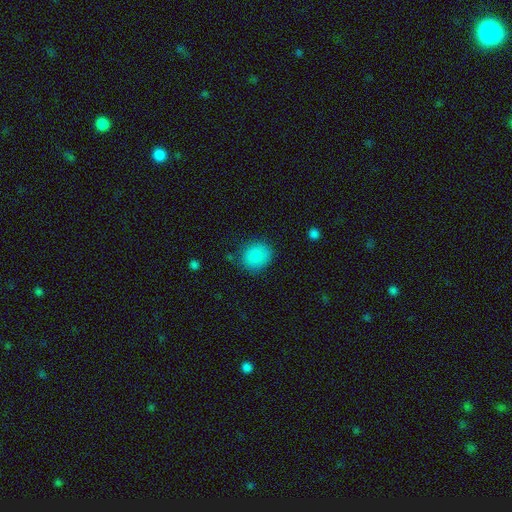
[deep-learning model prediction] Smooth or featured?
  - smooth: 86% *
  - star or artifact: 10%
  - featured or disk: 4%
How rounded?
  - round: 75% *
  - in between: 24%
  - cigar-shaped: 1%
Merging?
  - none: 81% *
  - minor disturbance: 13%
  - major disturbance: 4%
  - merger: 2%